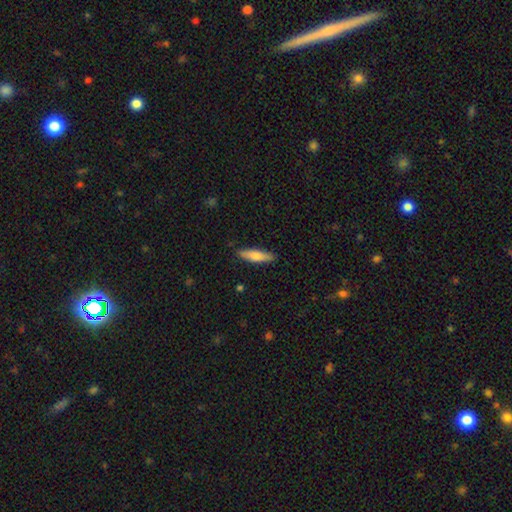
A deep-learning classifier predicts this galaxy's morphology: Smooth or featured? Predicted: smooth (p=0.72). How rounded? Predicted: cigar-shaped (p=0.70). Merging? Predicted: none (p=0.88).